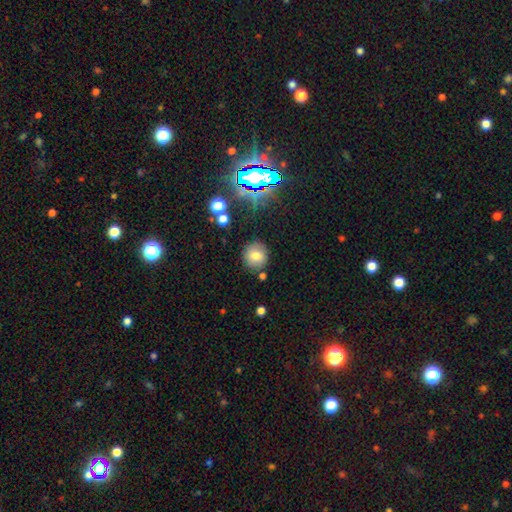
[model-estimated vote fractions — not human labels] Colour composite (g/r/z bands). It shows a smooth galaxy with no disk features (75%) that is round (90%). Merging: none (83%).